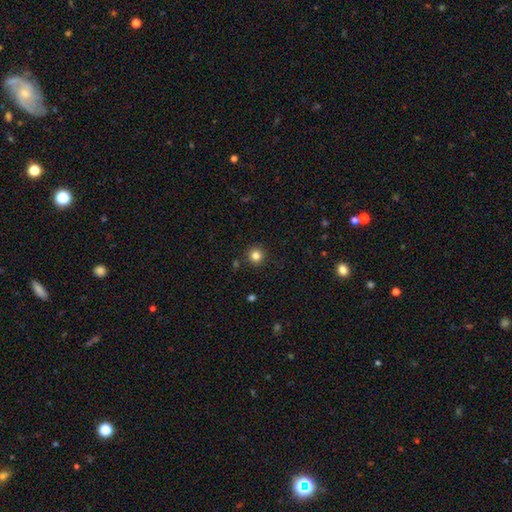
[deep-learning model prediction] smooth 82%, star or artifact 13%, featured or disk 5%. Down the decision tree: how rounded — round (95%); merging — none (91%).